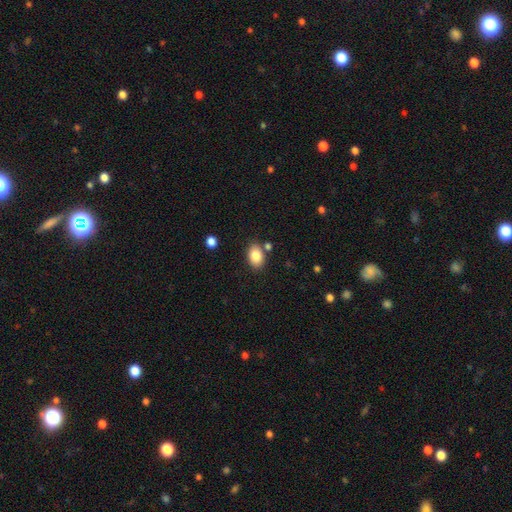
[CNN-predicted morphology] This appears to be a smooth galaxy with no disk features (84%) that is in between round and cigar-shaped (84%). Merging: none (80%).